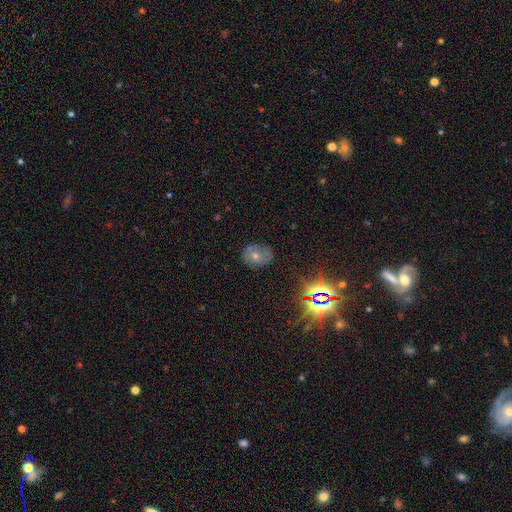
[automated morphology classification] smooth_or_featured: smooth (p=0.53) [alt: featured or disk p=0.28]
how_rounded: in between (p=0.63) [alt: round p=0.36]
merging: none (p=0.69) [alt: minor disturbance p=0.21]